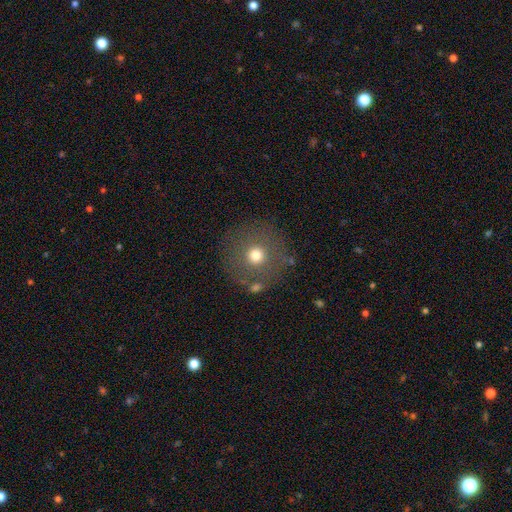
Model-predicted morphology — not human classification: Overall: smooth (70%). How rounded: round (95%). Merging: none (83%).